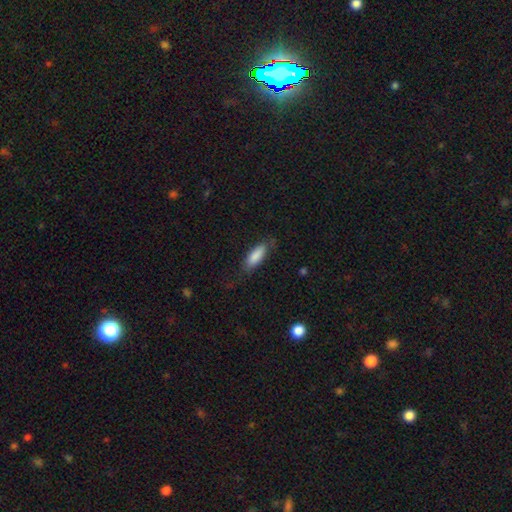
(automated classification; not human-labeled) Smooth or featured: smooth — 84% (featured or disk — 10%)
How rounded: in between — 67% (cigar-shaped — 31%)
Merging: none — 71% (minor disturbance — 20%)